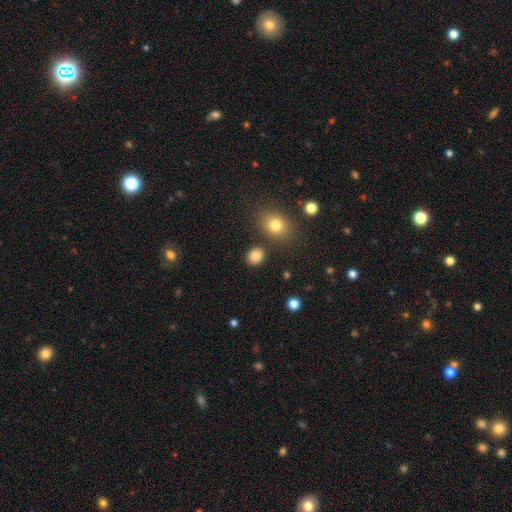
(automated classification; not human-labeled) smooth-or-featured: smooth: 85% | star or artifact: 11% | featured or disk: 4%
  how-rounded: round: 71% | in between: 28% | cigar-shaped: 1%
  merging: none: 86% | minor disturbance: 8% | merger: 4% | major disturbance: 3%